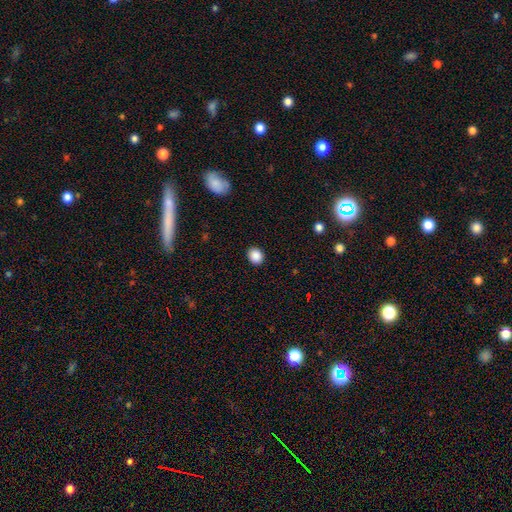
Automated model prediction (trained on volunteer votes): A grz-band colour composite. It shows a smooth galaxy with no disk features (88%) that is round (70%). Merging: none (91%).